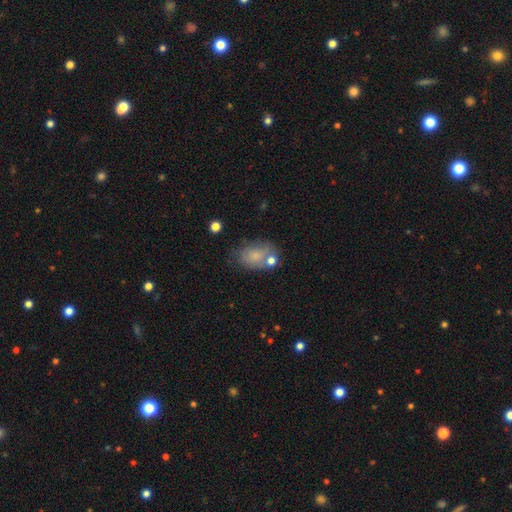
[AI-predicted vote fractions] The model was most divided on "merging": none: 51%, minor disturbance: 23%, merger: 16%, major disturbance: 10%. More confident: how rounded — in between (82%); smooth or featured — smooth (74%).